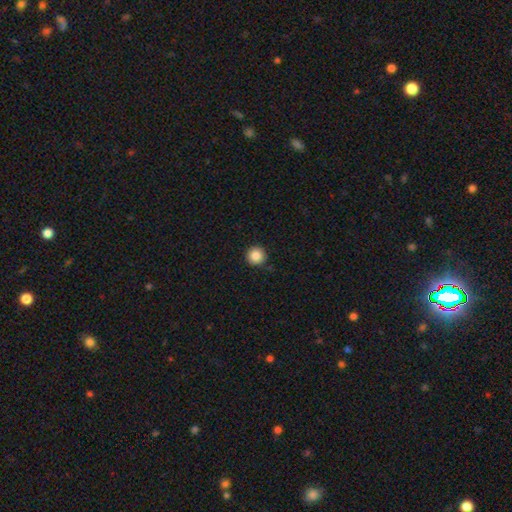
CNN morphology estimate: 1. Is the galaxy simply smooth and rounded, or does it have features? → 86% smooth, 9% star or artifact, 4% featured or disk.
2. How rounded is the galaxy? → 96% round, 3% in between, 1% cigar-shaped.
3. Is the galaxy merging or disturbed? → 91% none, 7% minor disturbance, 2% major disturbance, 1% merger.